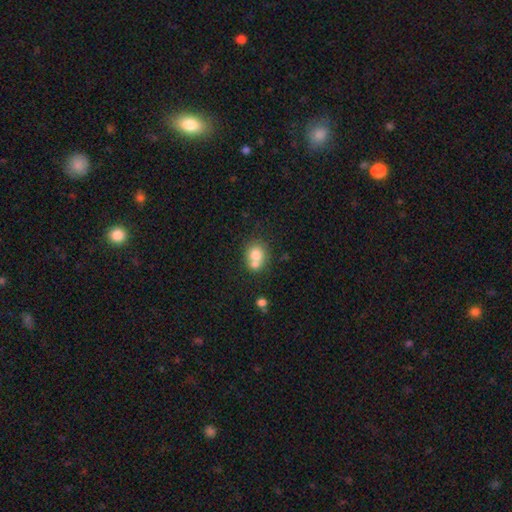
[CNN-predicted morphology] A smooth galaxy with no disk features (74%) that is round (71%). Merging: merger (50%).